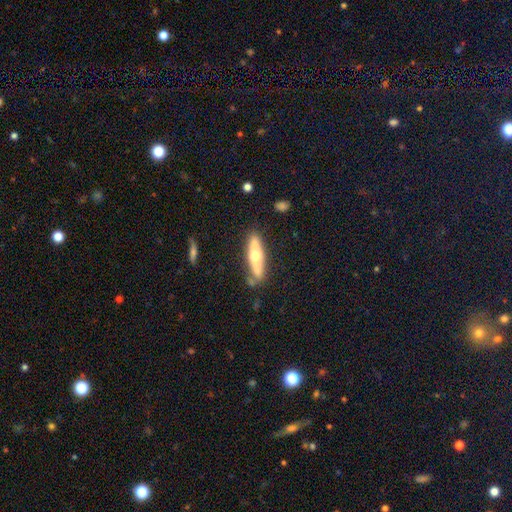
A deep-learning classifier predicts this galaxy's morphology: Overall: smooth (51%; featured or disk 43%). How rounded: cigar-shaped (66%; in between 32%). Merging: none (76%).